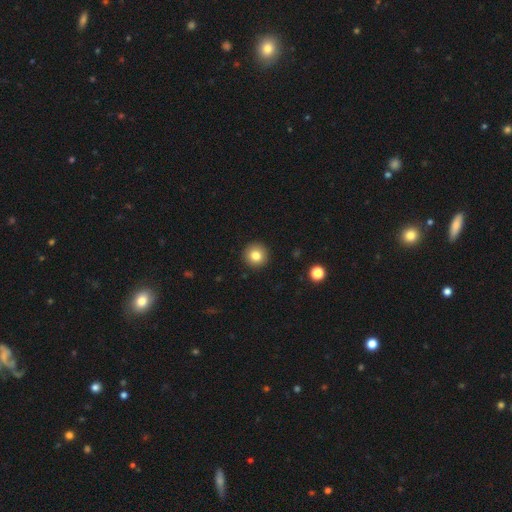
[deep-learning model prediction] Morphology: type=smooth (82%); roundness=round (95%); merging=none (93%).